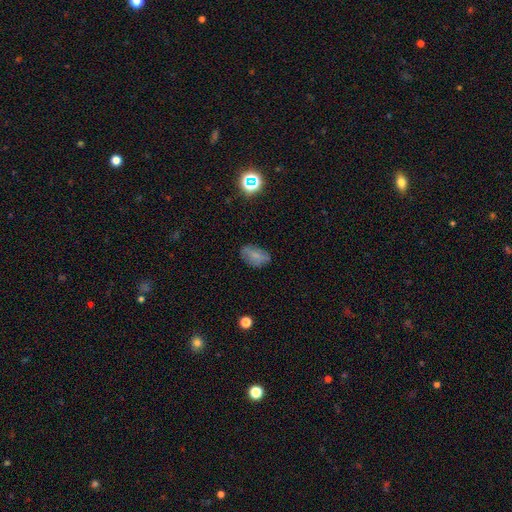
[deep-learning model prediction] The model was most divided on "smooth or featured": smooth: 71%, featured or disk: 17%, star or artifact: 13%. More confident: how rounded — in between (89%); merging — none (75%).